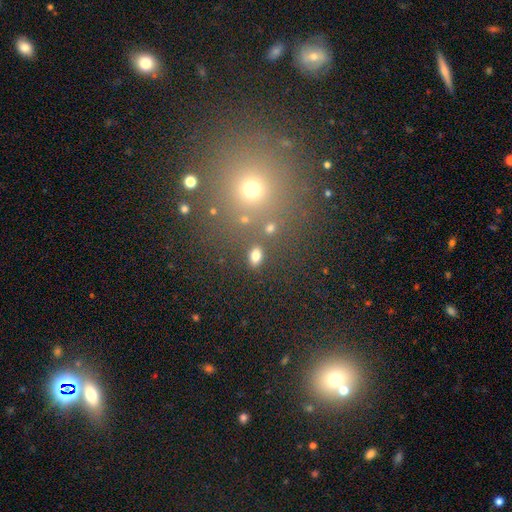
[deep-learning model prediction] smooth_or_featured: smooth (p=0.79) [alt: star or artifact p=0.14]
how_rounded: in between (p=0.80) [alt: round p=0.18]
merging: none (p=0.81) [alt: minor disturbance p=0.10]